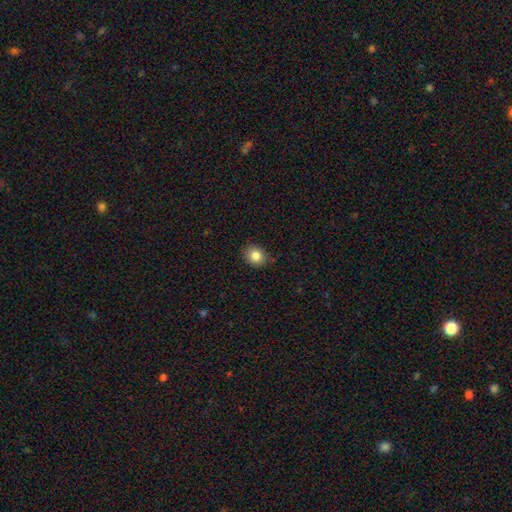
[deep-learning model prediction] This is clearly a smooth galaxy (84%). How rounded: likely round (72%). Merging: clearly none (85%).